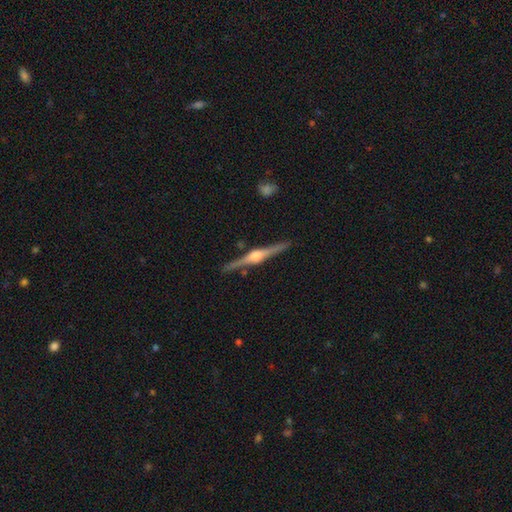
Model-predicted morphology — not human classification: smooth_or_featured: featured or disk (p=0.86) [alt: smooth p=0.09]
disk_edge_on: yes (p=0.98) [alt: no p=0.02]
edge_on_bulge: rounded (p=0.92) [alt: boxy p=0.06]
merging: none (p=0.90) [alt: minor disturbance p=0.07]